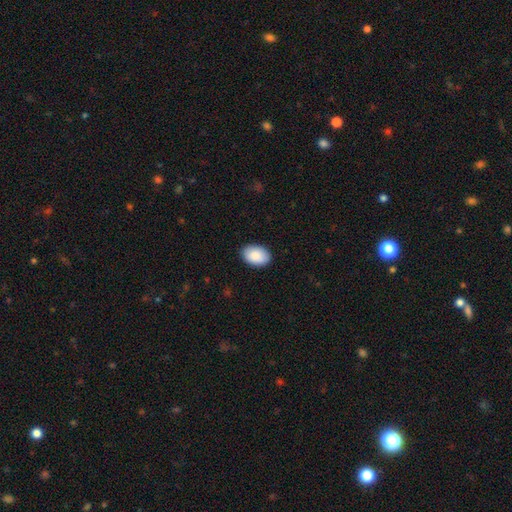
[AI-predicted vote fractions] Q: Smooth or featured?
A: smooth (89%); runner-up: star or artifact (6%)
Q: How rounded?
A: in between (88%); runner-up: round (11%)
Q: Merging?
A: none (89%); runner-up: minor disturbance (8%)